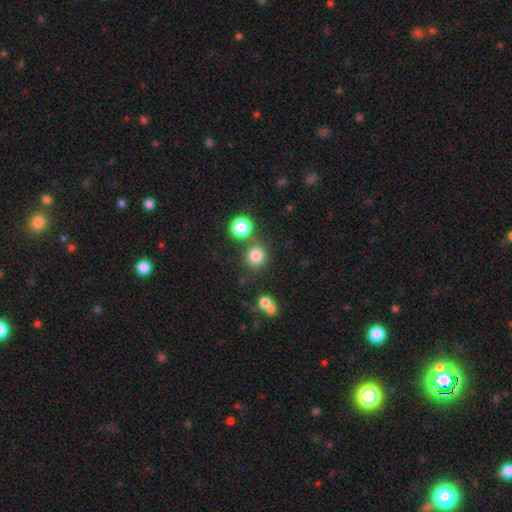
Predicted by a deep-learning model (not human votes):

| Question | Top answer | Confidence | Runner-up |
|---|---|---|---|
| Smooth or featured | smooth | 80% | star or artifact (14%) |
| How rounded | round | 89% | in between (10%) |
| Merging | none | 74% | merger (14%) |